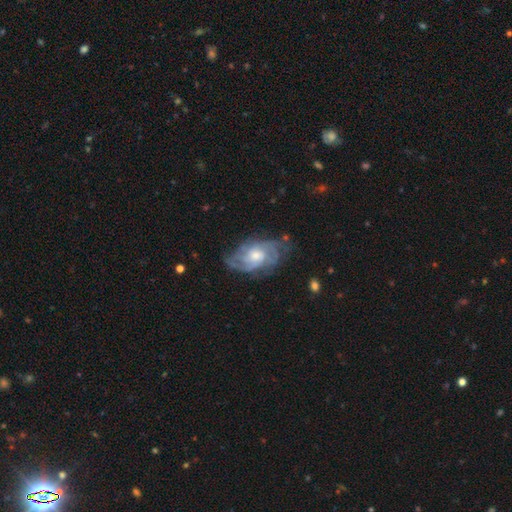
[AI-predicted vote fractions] A featured or disk galaxy (82%) with no bar (69%), tight (51%) spiral arms (92%) and a moderate central bulge (58%). Merging: none (65%).